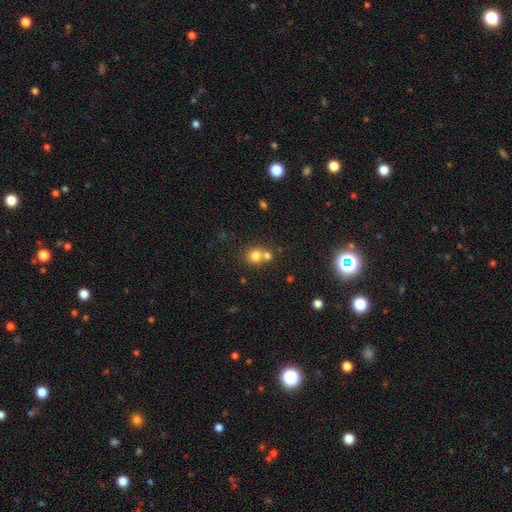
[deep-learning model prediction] smooth 77%, star or artifact 13%, featured or disk 11%. Down the decision tree: how rounded — round (83%); merging — merger (46%).